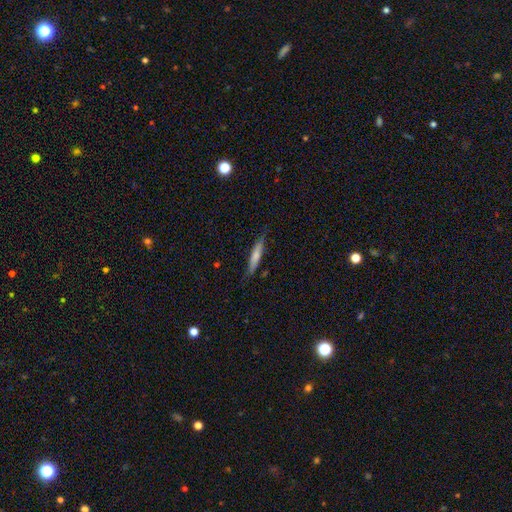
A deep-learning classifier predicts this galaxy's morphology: Smooth or featured? smooth (65%)
How rounded? cigar-shaped (88%)
Merging? none (80%)